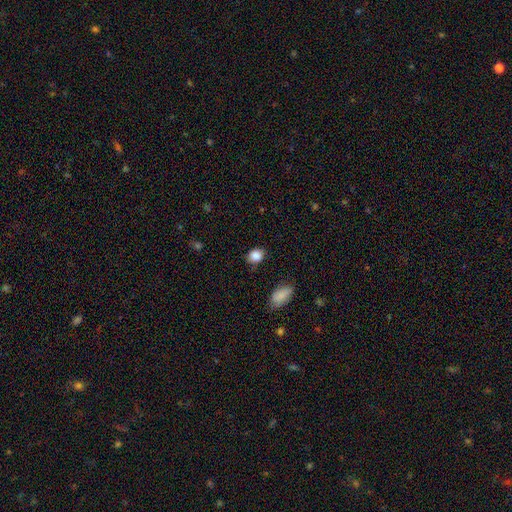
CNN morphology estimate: Q: Smooth or featured?
A: smooth (87%); runner-up: star or artifact (9%)
Q: How rounded?
A: in between (56%); runner-up: round (42%)
Q: Merging?
A: none (79%); runner-up: minor disturbance (16%)